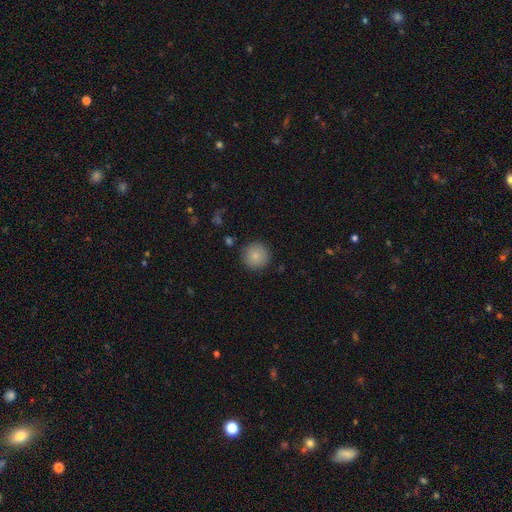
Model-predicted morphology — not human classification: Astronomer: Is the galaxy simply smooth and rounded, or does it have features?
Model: smooth — 85%.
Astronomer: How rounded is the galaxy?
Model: round — 96%.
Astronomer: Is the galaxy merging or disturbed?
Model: none — 90%.